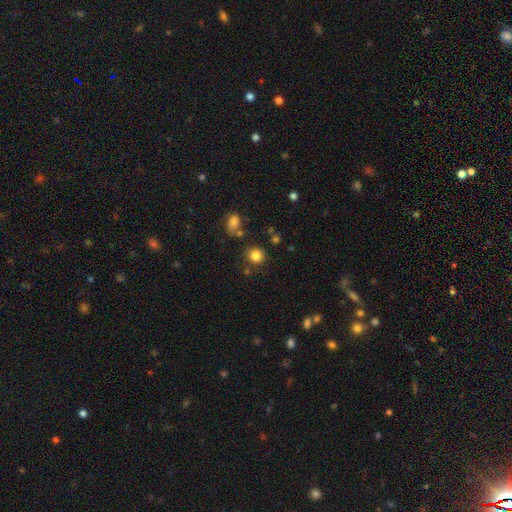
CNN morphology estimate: The model was most divided on "merging": none: 80%, minor disturbance: 10%, merger: 6%, major disturbance: 4%. More confident: how rounded — round (88%); smooth or featured — smooth (83%).